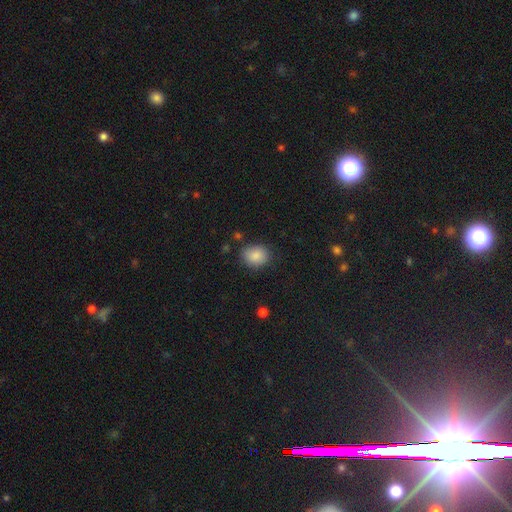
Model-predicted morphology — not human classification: This appears to be a smooth galaxy with no disk features (87%) that is round (51%). Merging: none (81%).